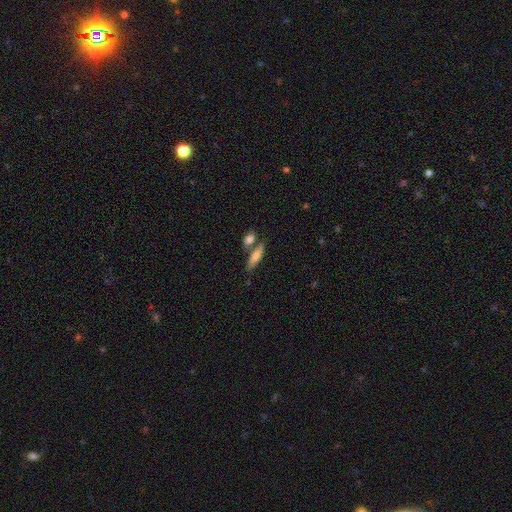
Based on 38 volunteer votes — Overall: smooth (79%). How rounded: cigar-shaped (63%; in between 33%). Merging: none (57%; merger 40%).